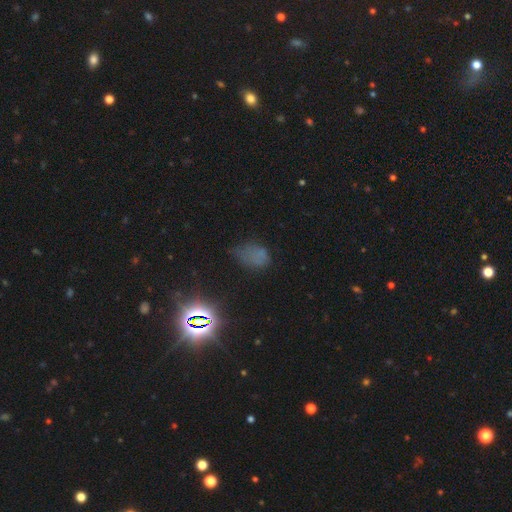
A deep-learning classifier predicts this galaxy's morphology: The model was most divided on "merging": none: 42%, minor disturbance: 30%, major disturbance: 25%, merger: 4%. Remaining: smooth or featured — smooth (49%).